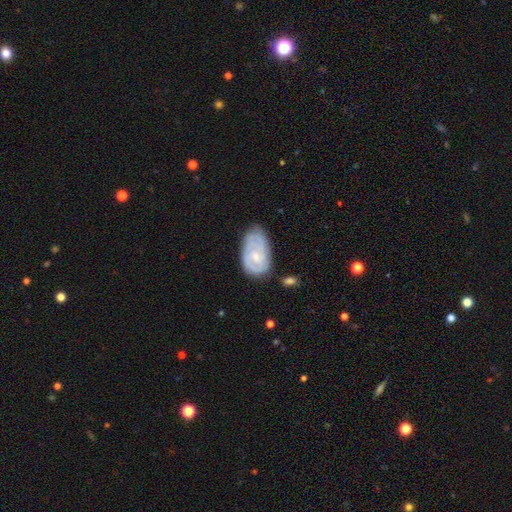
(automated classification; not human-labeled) This appears to be a featured or disk galaxy (69%) with no bar (64%), 2 (38%) tight (63%) spiral arms (88%) and a small central bulge (57%). Merging: none (55%).